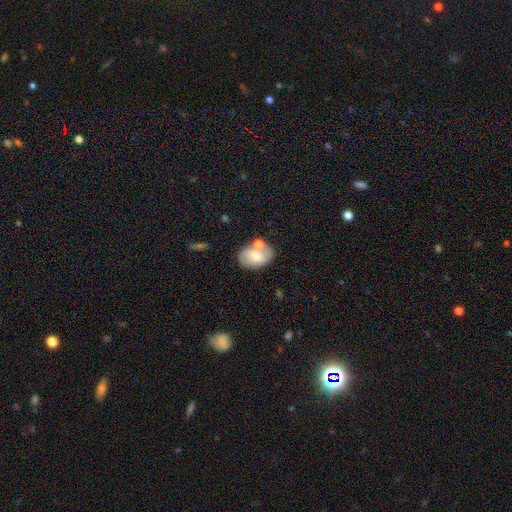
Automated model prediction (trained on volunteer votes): A smooth galaxy with no disk features (60%) that is in between round and cigar-shaped (77%).

Vote fractions:
- Smooth or featured? smooth: 60% / featured or disk: 32% / star or artifact: 8%
- How rounded? in between: 77% / round: 22% / cigar-shaped: 1%
- Merging? none: 58% / merger: 21% / minor disturbance: 16% / major disturbance: 5%